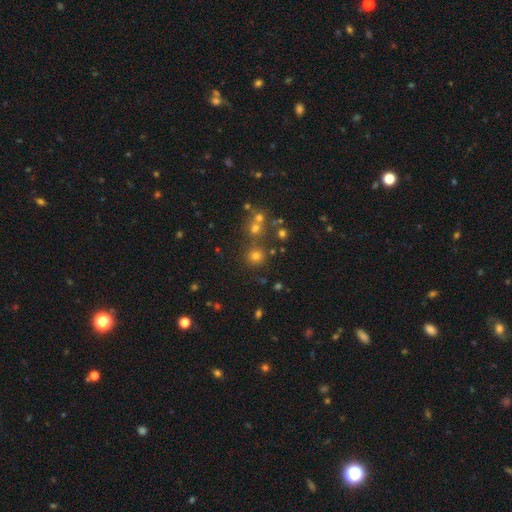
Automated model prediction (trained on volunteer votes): Smooth or featured?
  - smooth: 60% *
  - star or artifact: 31%
  - featured or disk: 9%
How rounded?
  - round: 91% *
  - in between: 8%
  - cigar-shaped: 1%
Merging?
  - none: 73% *
  - merger: 16%
  - minor disturbance: 7%
  - major disturbance: 4%